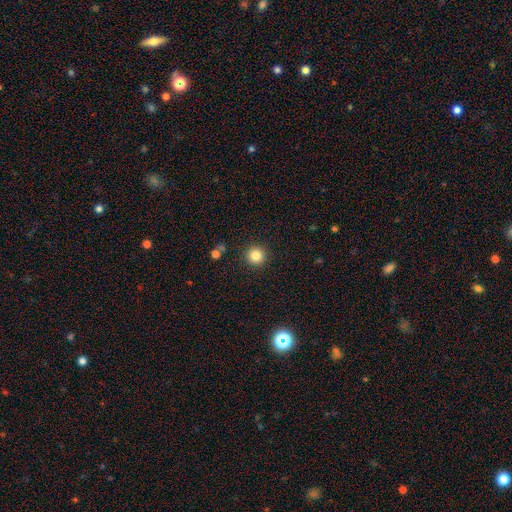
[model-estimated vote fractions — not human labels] Q: Smooth or featured?
A: smooth (83%); runner-up: star or artifact (11%)
Q: How rounded?
A: round (95%); runner-up: in between (4%)
Q: Merging?
A: none (92%); runner-up: minor disturbance (5%)